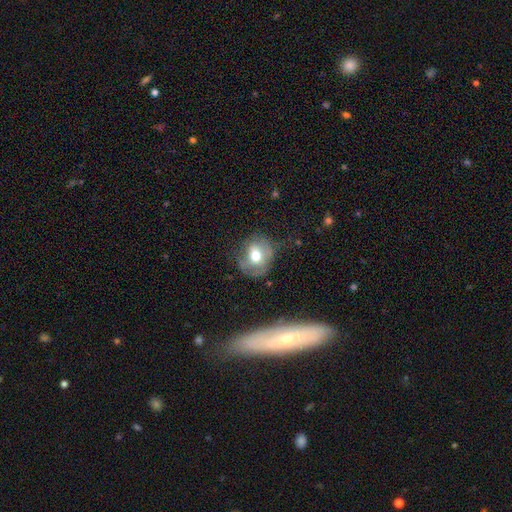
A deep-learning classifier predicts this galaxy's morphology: This appears to be a smooth galaxy with no disk features (60%) that is round (69%). Merging: none (53%).